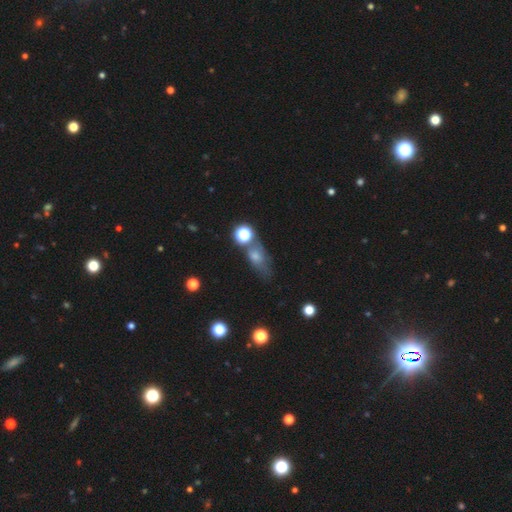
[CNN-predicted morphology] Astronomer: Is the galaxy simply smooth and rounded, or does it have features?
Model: smooth — 62%.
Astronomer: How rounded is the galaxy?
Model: in between — 63%.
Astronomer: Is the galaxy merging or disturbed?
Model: none — 46% (runner-up: minor disturbance, 23%).